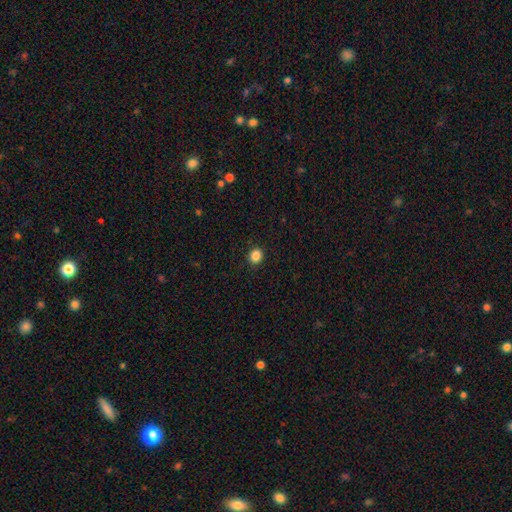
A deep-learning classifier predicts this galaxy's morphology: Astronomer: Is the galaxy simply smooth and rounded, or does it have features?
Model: smooth — 86%.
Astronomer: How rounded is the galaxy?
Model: round — 83%.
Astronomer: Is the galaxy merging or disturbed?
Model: none — 92%.